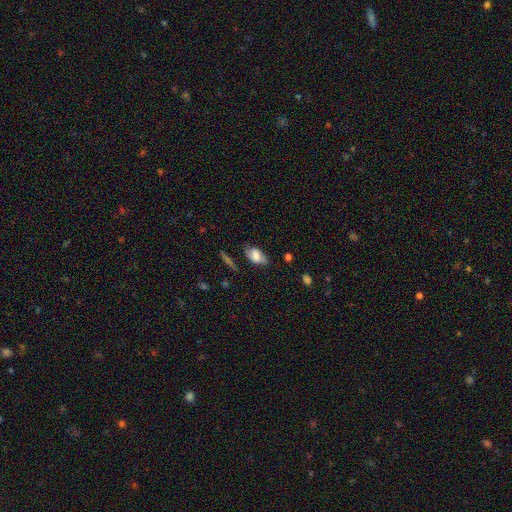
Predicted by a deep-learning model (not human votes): Overall: smooth (63%; featured or disk 28%). How rounded: in between (90%). Merging: none (64%; minor disturbance 26%).